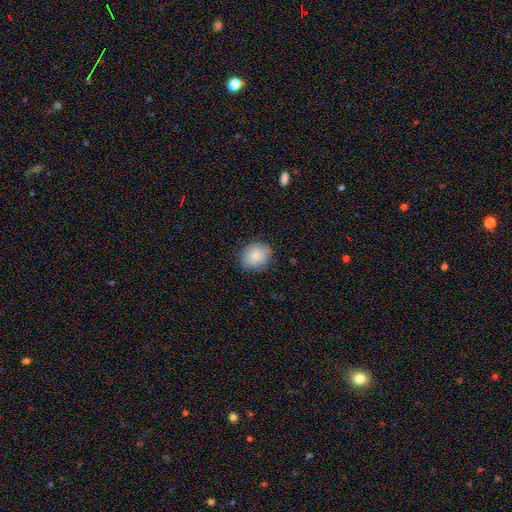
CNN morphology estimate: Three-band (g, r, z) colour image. It shows a smooth galaxy with no disk features (85%) that is round (67%). Merging: none (85%).